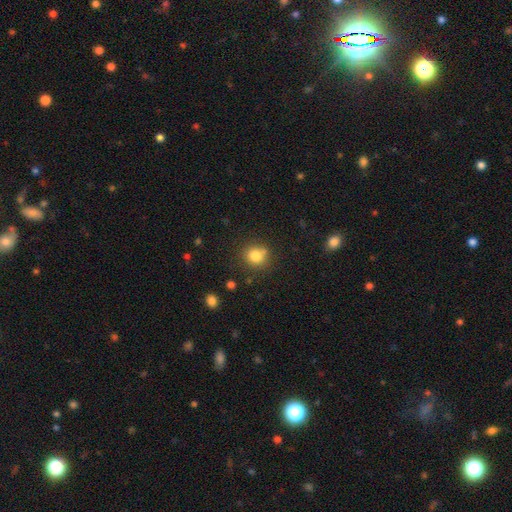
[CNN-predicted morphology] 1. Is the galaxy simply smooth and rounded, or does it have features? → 81% smooth, 12% star or artifact, 7% featured or disk.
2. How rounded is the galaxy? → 82% round, 17% in between, 1% cigar-shaped.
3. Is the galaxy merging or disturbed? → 72% none, 15% minor disturbance, 9% merger, 4% major disturbance.